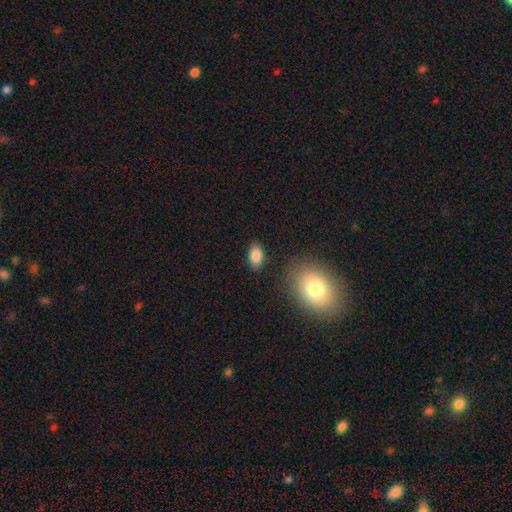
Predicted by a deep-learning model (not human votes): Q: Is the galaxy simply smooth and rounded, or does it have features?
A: smooth — 86%.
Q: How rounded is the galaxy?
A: in between — 89%.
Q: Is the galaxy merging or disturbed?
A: none — 85%.